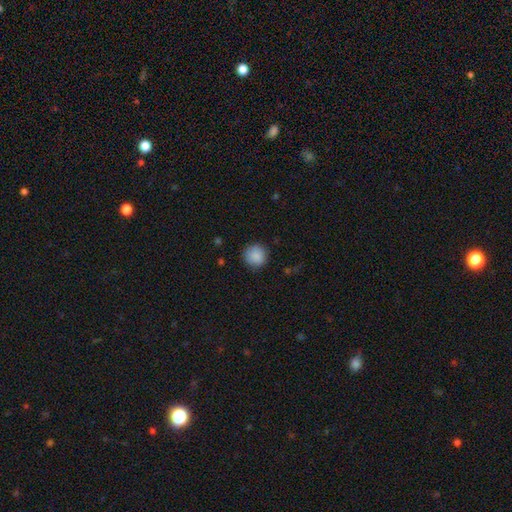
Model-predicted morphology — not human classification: Smooth or featured: smooth — 87% (star or artifact — 8%)
How rounded: round — 92% (in between — 7%)
Merging: none — 83% (minor disturbance — 13%)